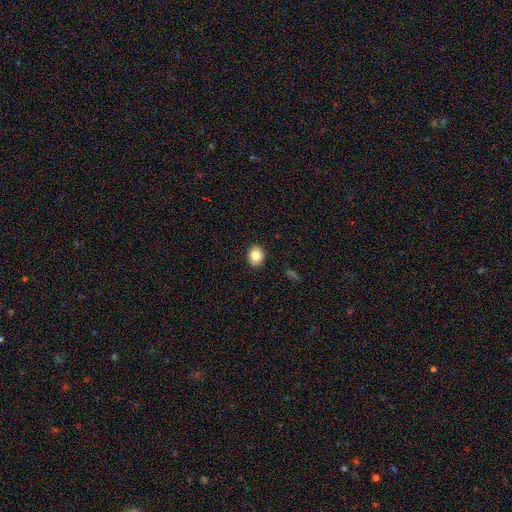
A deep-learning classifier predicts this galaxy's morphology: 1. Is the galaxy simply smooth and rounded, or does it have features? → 83% smooth, 9% star or artifact, 8% featured or disk.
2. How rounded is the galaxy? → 55% round, 44% in between, 1% cigar-shaped.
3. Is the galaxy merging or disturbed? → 91% none, 7% minor disturbance, 2% major disturbance, 1% merger.